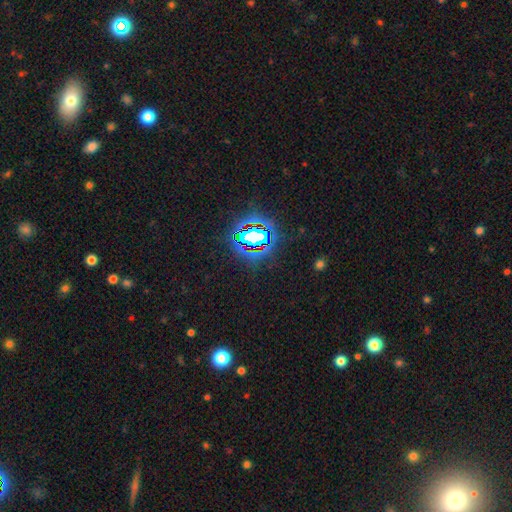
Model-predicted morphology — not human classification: star or artifact 80%, smooth 12%, featured or disk 8%.